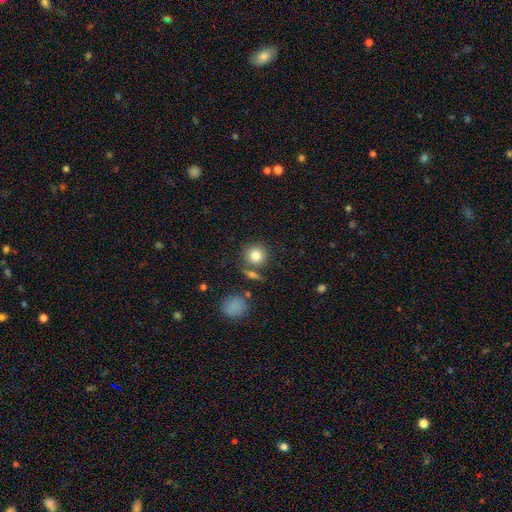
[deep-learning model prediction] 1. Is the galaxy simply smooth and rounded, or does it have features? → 83% smooth, 10% star or artifact, 8% featured or disk.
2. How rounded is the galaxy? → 89% round, 10% in between, 1% cigar-shaped.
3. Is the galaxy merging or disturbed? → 72% none, 14% merger, 10% minor disturbance, 4% major disturbance.